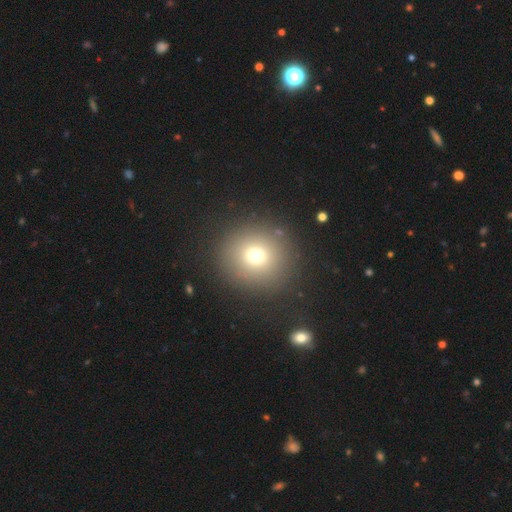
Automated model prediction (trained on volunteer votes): Morphology: type=smooth (72%); roundness=round (91%); merging=none (88%).